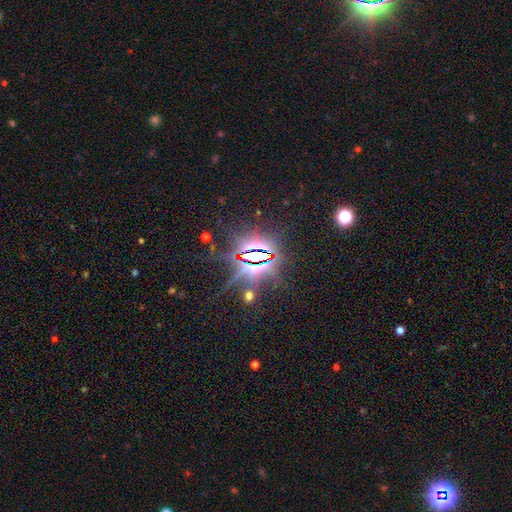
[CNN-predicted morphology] smooth_or_featured: star or artifact (p=0.83) [alt: smooth p=0.09]